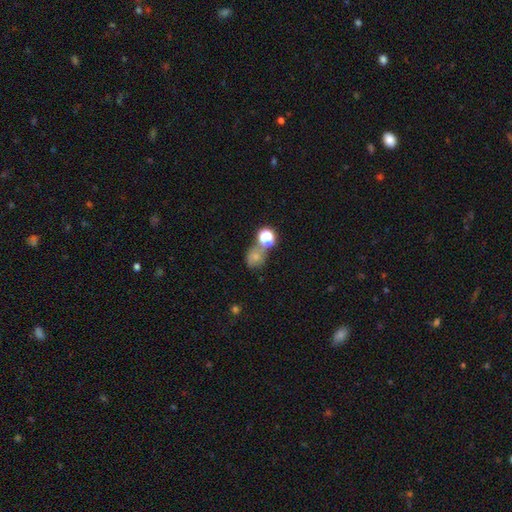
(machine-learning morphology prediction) Smooth or featured? smooth (63%)
How rounded? round (65%)
Merging? none (47%)